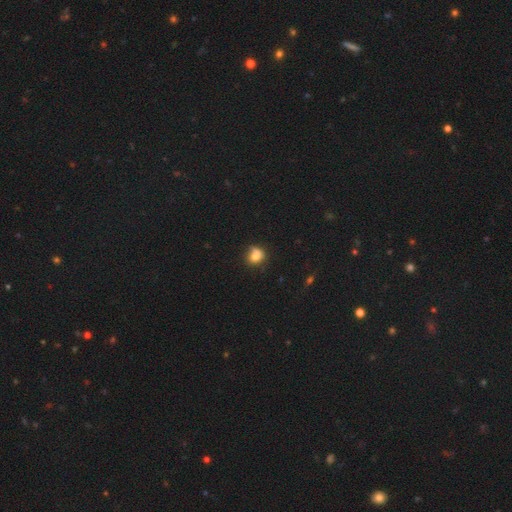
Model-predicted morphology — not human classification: smooth 76%, featured or disk 12%, star or artifact 12%. Down the decision tree: how rounded — round (70%); merging — none (55%).